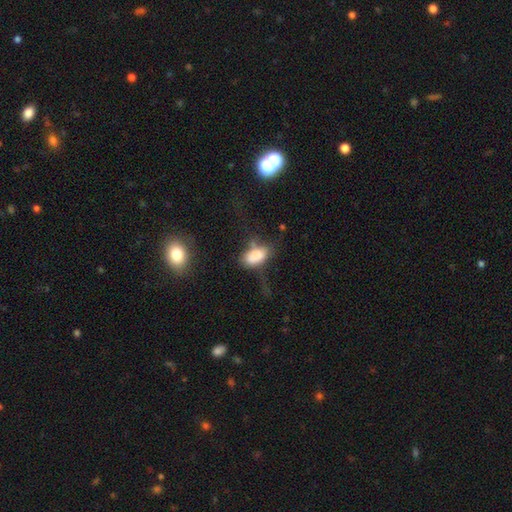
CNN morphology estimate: Smooth or featured?
  - smooth: 76% *
  - featured or disk: 14%
  - star or artifact: 10%
How rounded?
  - in between: 91% *
  - round: 6%
  - cigar-shaped: 3%
Merging?
  - major disturbance: 32% *
  - none: 31%
  - minor disturbance: 25%
  - merger: 11%